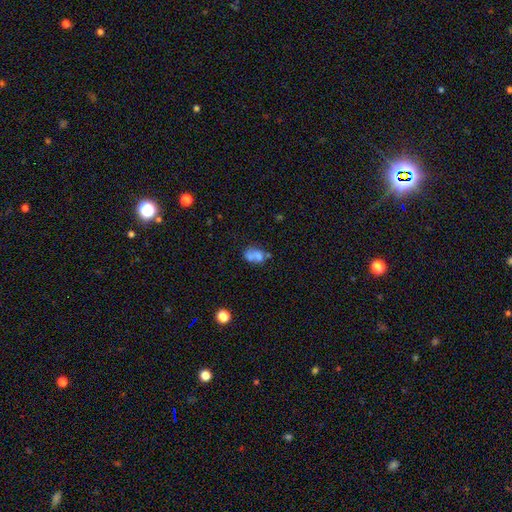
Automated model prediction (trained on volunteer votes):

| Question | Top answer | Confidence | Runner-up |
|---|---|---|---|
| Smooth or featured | smooth | 61% | featured or disk (26%) |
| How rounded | in between | 61% | round (38%) |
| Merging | merger | 49% | none (29%) |